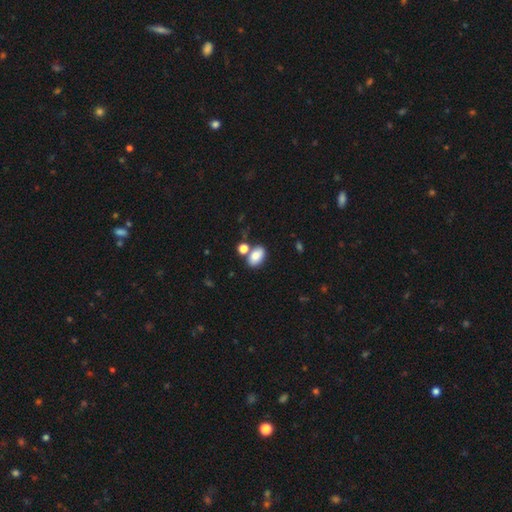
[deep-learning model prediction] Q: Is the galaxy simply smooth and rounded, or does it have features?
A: smooth — 83%.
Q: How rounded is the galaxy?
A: in between — 88%.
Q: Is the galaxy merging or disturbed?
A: none — 59%.